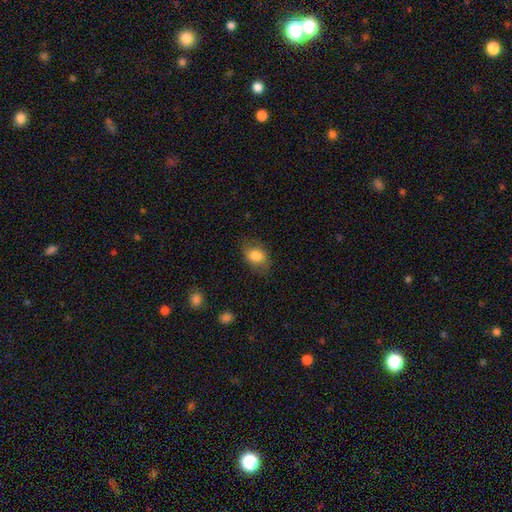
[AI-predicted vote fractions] Q: Smooth or featured?
A: smooth (80%); runner-up: featured or disk (12%)
Q: How rounded?
A: in between (74%); runner-up: round (25%)
Q: Merging?
A: none (74%); runner-up: minor disturbance (18%)